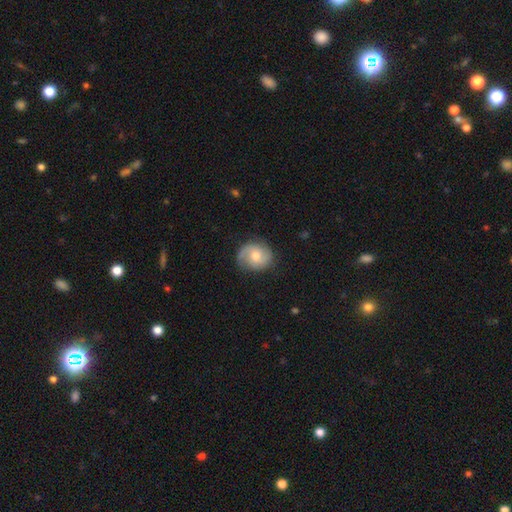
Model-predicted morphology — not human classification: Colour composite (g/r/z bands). It shows a featured or disk galaxy (59%) with no bar (65%), 2 (74%) medium (44%) spiral arms (90%) and a moderate central bulge (63%). Merging: none (78%).